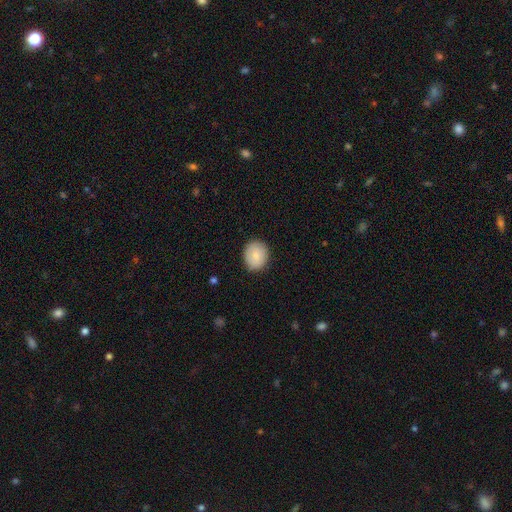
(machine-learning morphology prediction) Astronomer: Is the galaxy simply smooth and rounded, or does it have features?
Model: smooth — 83%.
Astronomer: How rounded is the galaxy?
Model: round — 67%.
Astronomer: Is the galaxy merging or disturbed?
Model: none — 86%.